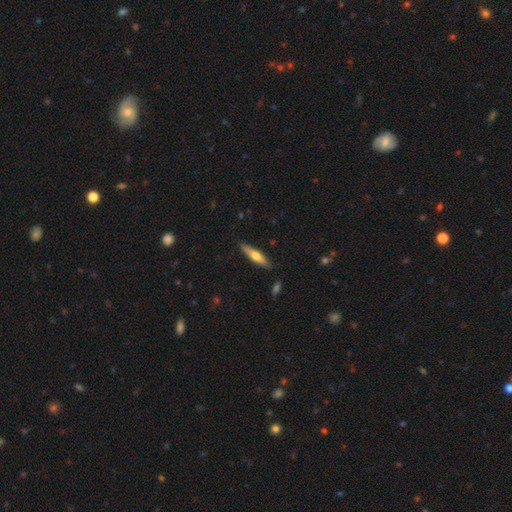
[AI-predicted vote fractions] Q: Smooth or featured?
A: smooth (51%); runner-up: featured or disk (43%)
Q: How rounded?
A: cigar-shaped (81%); runner-up: in between (17%)
Q: Merging?
A: none (87%); runner-up: minor disturbance (9%)